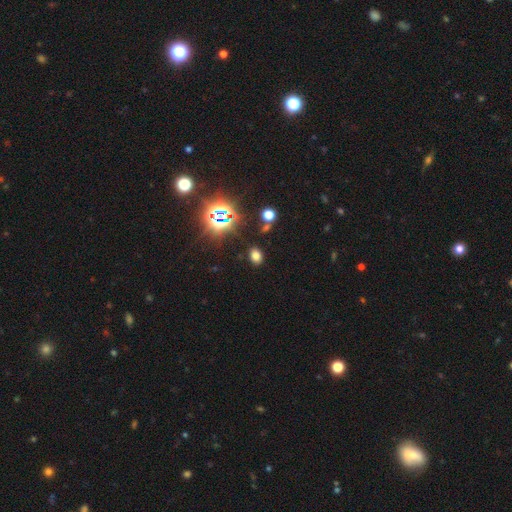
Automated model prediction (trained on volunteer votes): Smooth or featured? Predicted: smooth (p=0.65). How rounded? Predicted: in between (p=0.76). Merging? Predicted: none (p=0.85).